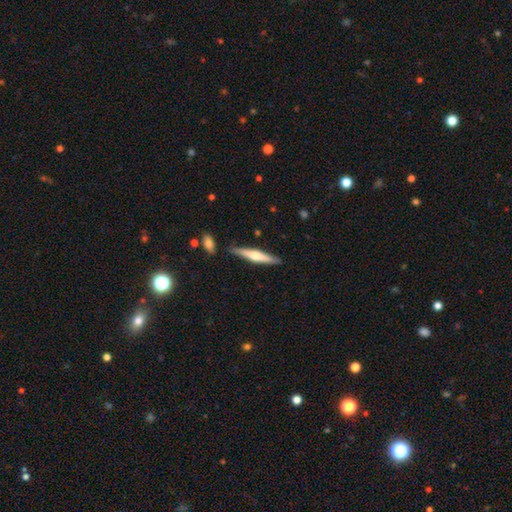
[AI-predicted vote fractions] Morphology: type=featured or disk (53%); edge-on=yes (96%); edge-on bulge=rounded (81%); merging=none (86%).